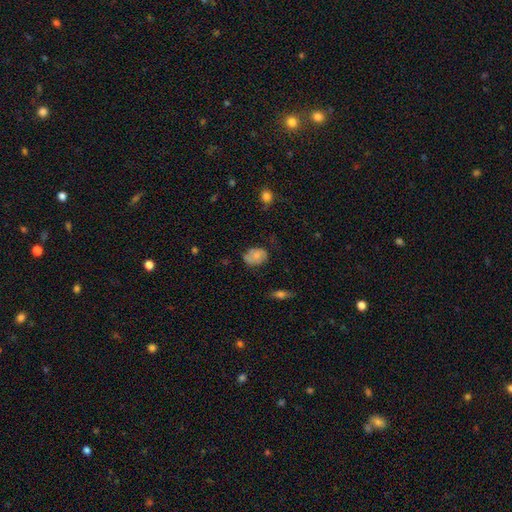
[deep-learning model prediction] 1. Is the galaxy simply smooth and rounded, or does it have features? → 66% smooth, 26% featured or disk, 8% star or artifact.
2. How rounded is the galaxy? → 72% in between, 26% round, 1% cigar-shaped.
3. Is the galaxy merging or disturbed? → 63% none, 28% minor disturbance, 7% major disturbance, 2% merger.